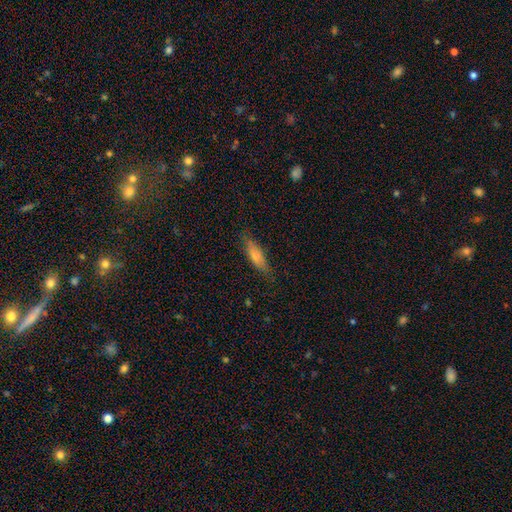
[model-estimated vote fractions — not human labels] A smooth galaxy with no disk features (74%) that is cigar-shaped (56%).

Vote fractions:
- Smooth or featured? smooth: 74% / featured or disk: 20% / star or artifact: 6%
- How rounded? cigar-shaped: 56% / in between: 42% / round: 2%
- Merging? none: 79% / minor disturbance: 17% / major disturbance: 3% / merger: 1%